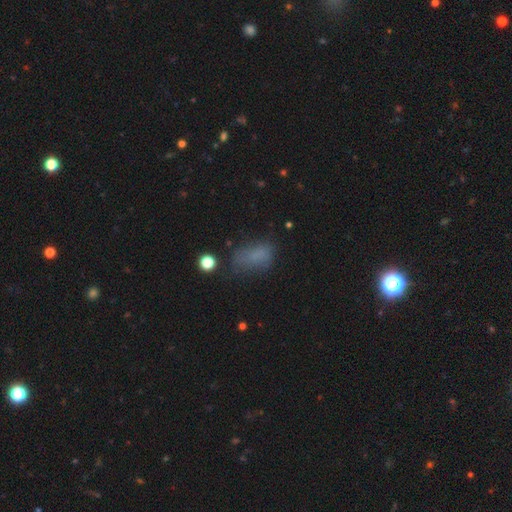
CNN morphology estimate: This is likely a smooth galaxy (69%). How rounded: clearly in between (84%). Merging: possibly none (48%).